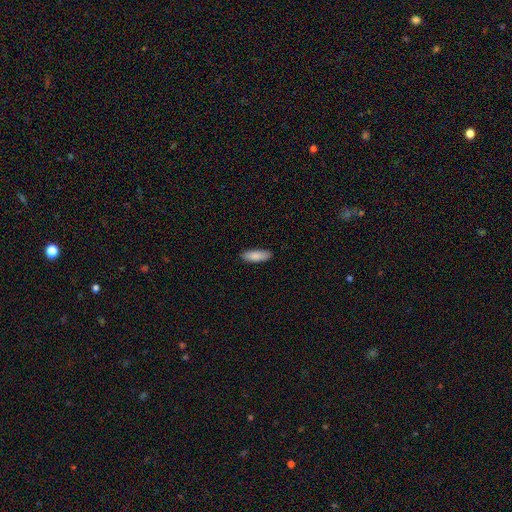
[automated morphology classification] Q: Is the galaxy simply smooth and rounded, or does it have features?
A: smooth — 88%.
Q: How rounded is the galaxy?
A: in between — 62%.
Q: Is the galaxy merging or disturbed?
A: none — 88%.